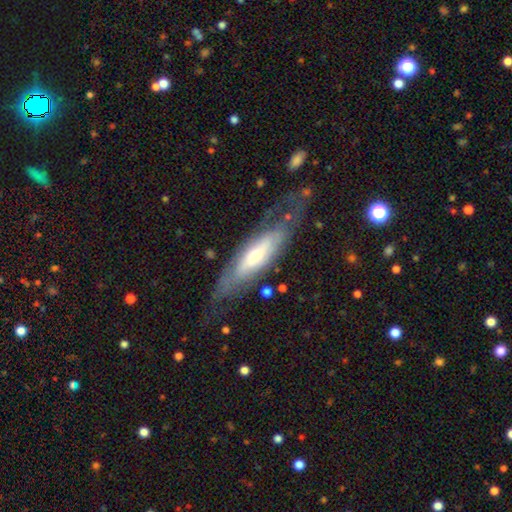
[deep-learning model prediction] smooth_or_featured: featured or disk (p=0.64) [alt: smooth p=0.30]
disk_edge_on: no (p=0.57) [alt: yes p=0.43]
merging: none (p=0.61) [alt: minor disturbance p=0.21]